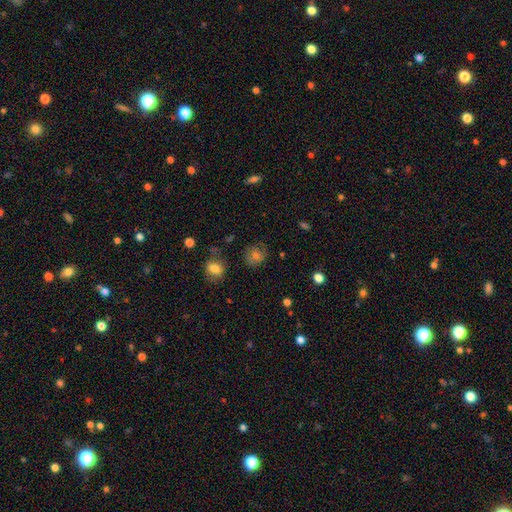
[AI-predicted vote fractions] Overall: smooth (58%; featured or disk 27%). How rounded: round (81%). Merging: none (73%).